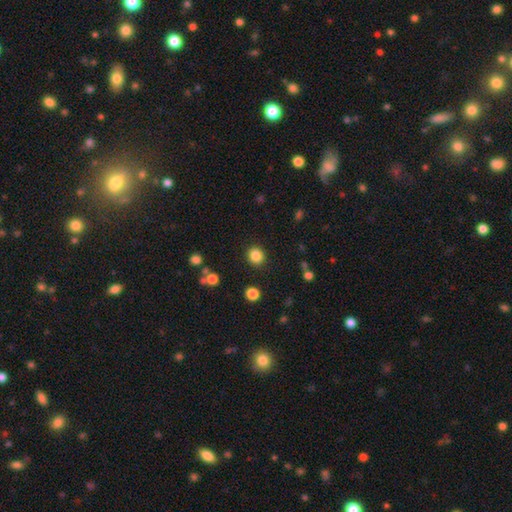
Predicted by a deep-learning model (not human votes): smooth-or-featured: smooth: 85% | star or artifact: 11% | featured or disk: 4%
  how-rounded: round: 84% | in between: 15% | cigar-shaped: 1%
  merging: none: 89% | minor disturbance: 6% | major disturbance: 3% | merger: 2%